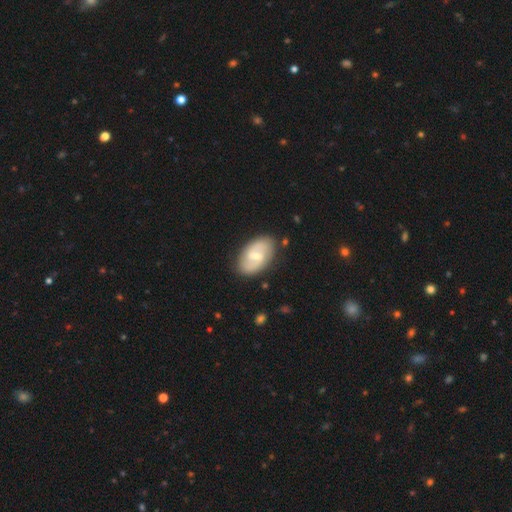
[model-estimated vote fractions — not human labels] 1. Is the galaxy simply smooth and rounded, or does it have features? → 67% featured or disk, 28% smooth, 5% star or artifact.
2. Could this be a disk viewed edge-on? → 96% no, 4% yes.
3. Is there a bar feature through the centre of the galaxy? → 56% weak, 30% no, 14% strong.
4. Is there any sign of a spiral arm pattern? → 86% yes, 14% no.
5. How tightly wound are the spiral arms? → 46% medium, 28% tight, 26% loose.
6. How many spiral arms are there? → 84% 2, 10% can't tell, 2% 1, 2% 3, 1% 4, 1% more than 4.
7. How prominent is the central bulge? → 52% small, 42% moderate, 3% none, 2% large, 1% dominant.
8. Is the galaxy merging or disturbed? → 81% none, 13% minor disturbance, 3% major disturbance, 2% merger.